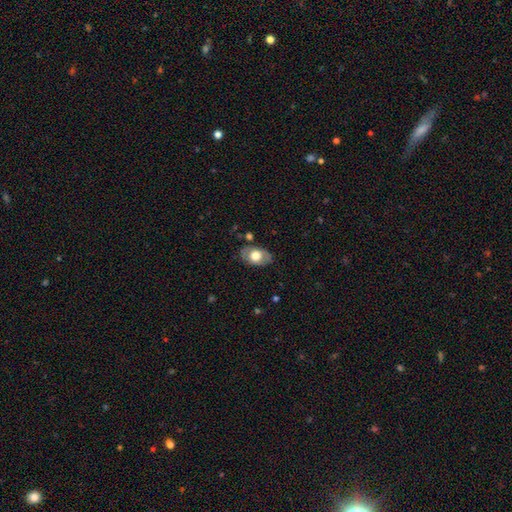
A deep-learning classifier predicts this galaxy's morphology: A smooth galaxy with no disk features (63%) that is in between round and cigar-shaped (85%).

Vote fractions:
- Smooth or featured? smooth: 63% / featured or disk: 31% / star or artifact: 7%
- How rounded? in between: 85% / round: 13% / cigar-shaped: 1%
- Merging? none: 80% / minor disturbance: 15% / major disturbance: 4% / merger: 2%